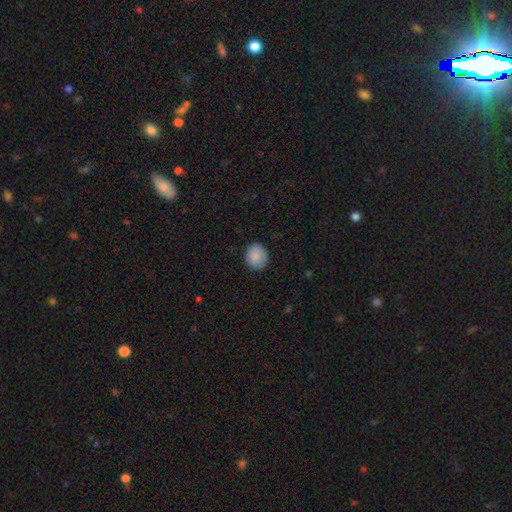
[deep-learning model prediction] Q: Smooth or featured?
A: smooth (87%); runner-up: star or artifact (8%)
Q: How rounded?
A: round (75%); runner-up: in between (24%)
Q: Merging?
A: none (84%); runner-up: minor disturbance (12%)